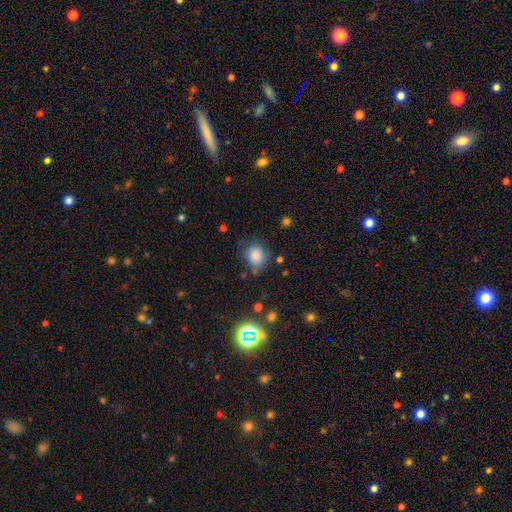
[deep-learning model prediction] Smooth or featured?
  - smooth: 81% *
  - star or artifact: 12%
  - featured or disk: 7%
How rounded?
  - round: 72% *
  - in between: 27%
  - cigar-shaped: 1%
Merging?
  - none: 67% *
  - minor disturbance: 22%
  - major disturbance: 7%
  - merger: 4%